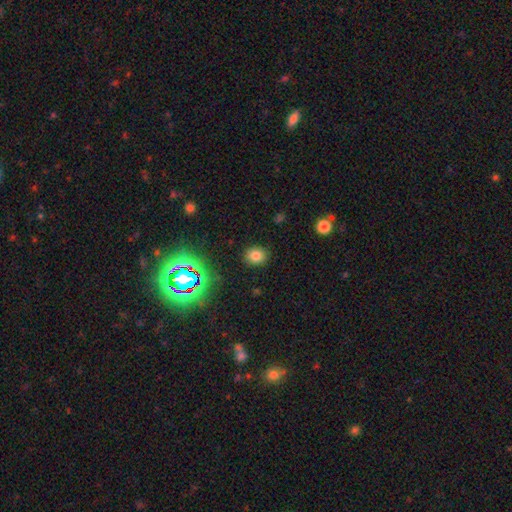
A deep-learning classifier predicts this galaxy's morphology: Smooth or featured: smooth — 76% (star or artifact — 17%)
How rounded: round — 68% (in between — 31%)
Merging: none — 88% (minor disturbance — 8%)